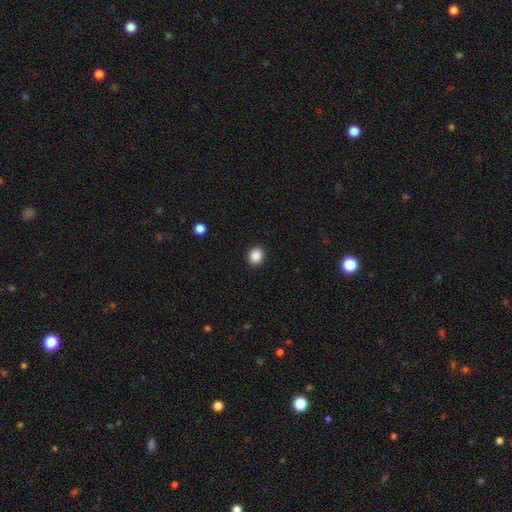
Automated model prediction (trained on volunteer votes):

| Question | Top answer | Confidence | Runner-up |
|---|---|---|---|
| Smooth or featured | smooth | 88% | star or artifact (9%) |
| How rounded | round | 68% | in between (31%) |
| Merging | none | 91% | minor disturbance (6%) |